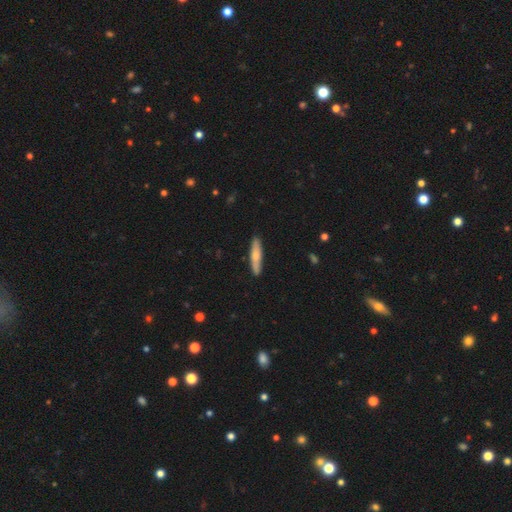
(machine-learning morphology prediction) smooth 63%, featured or disk 32%, star or artifact 5%. Down the decision tree: how rounded — cigar-shaped (83%); merging — none (89%).